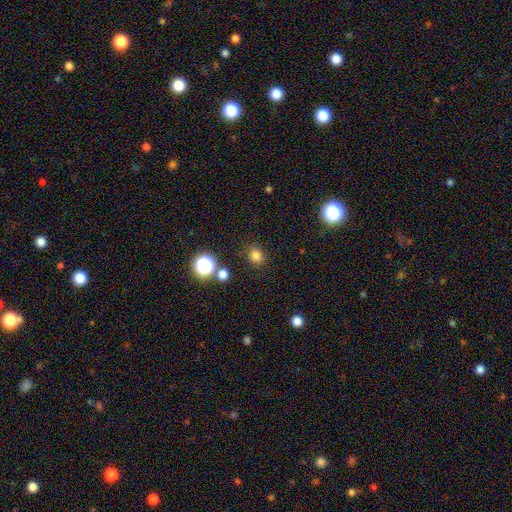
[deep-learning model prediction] Smooth or featured?
  - smooth: 79% *
  - star or artifact: 17%
  - featured or disk: 5%
How rounded?
  - round: 65% *
  - in between: 34%
  - cigar-shaped: 1%
Merging?
  - none: 83% *
  - minor disturbance: 10%
  - merger: 4%
  - major disturbance: 3%